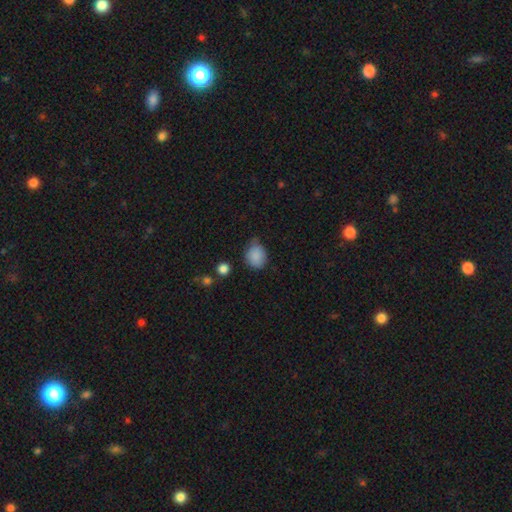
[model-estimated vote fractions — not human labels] This appears to be a smooth galaxy with no disk features (86%) that is round (50%). Merging: none (57%).